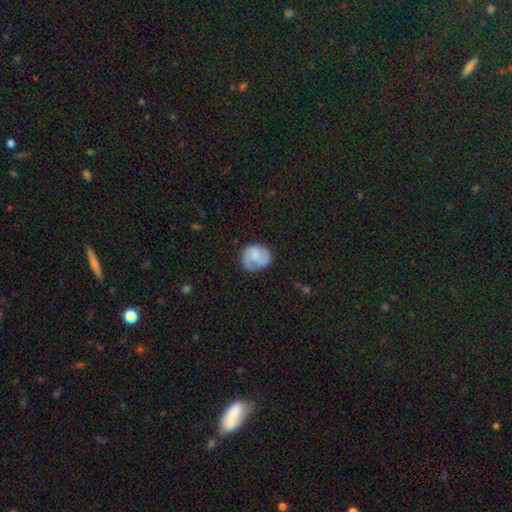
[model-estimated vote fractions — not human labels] Smooth or featured? Predicted: smooth (p=0.57). How rounded? Predicted: round (p=0.76). Merging? Predicted: none (p=0.63).